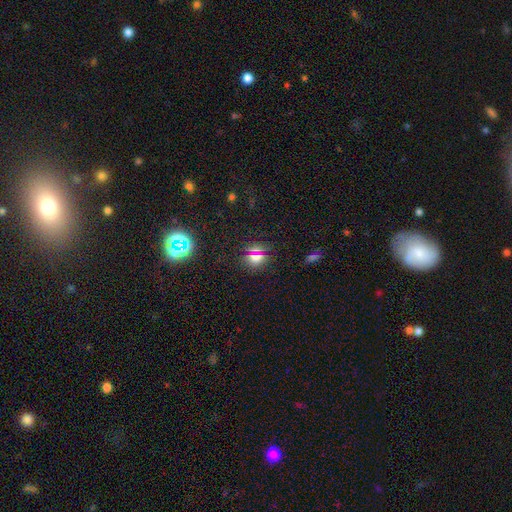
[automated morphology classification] Smooth or featured? Predicted: smooth (p=0.57). How rounded? Predicted: round (p=0.74). Merging? Predicted: none (p=0.83).